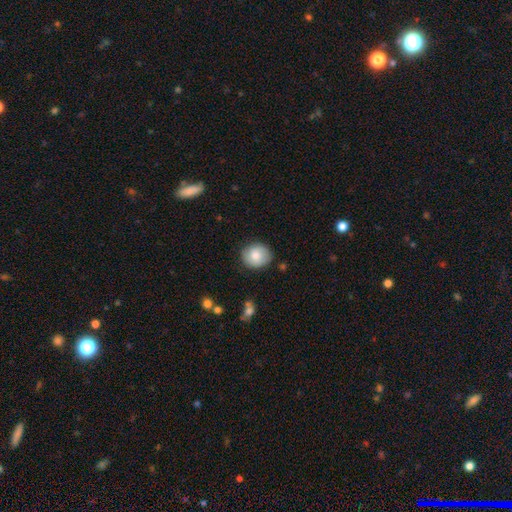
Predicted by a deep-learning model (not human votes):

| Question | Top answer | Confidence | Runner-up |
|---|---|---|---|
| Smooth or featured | smooth | 77% | featured or disk (15%) |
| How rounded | round | 80% | in between (19%) |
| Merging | none | 83% | minor disturbance (13%) |